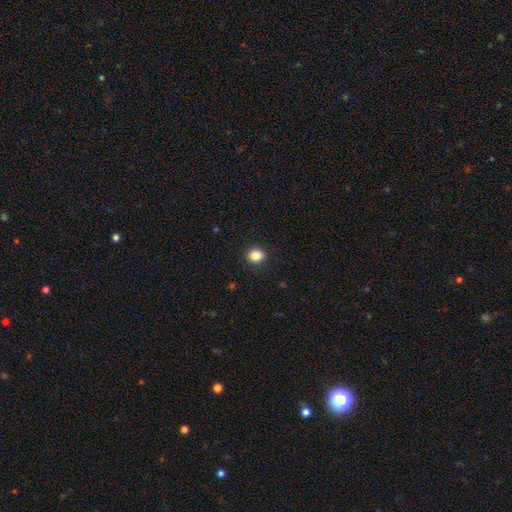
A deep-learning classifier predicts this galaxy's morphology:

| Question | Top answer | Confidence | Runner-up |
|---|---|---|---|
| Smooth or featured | smooth | 86% | star or artifact (10%) |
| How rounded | round | 78% | in between (21%) |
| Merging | none | 91% | minor disturbance (6%) |